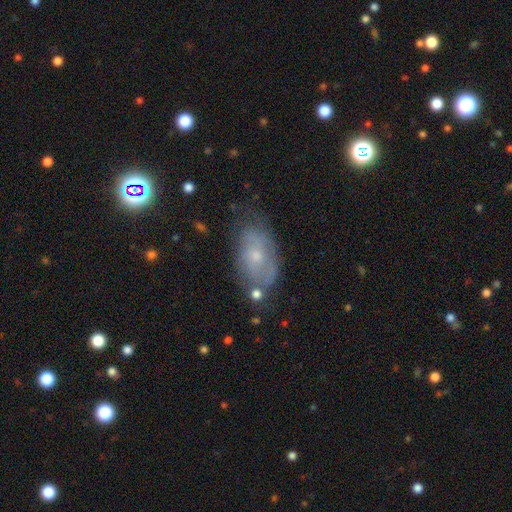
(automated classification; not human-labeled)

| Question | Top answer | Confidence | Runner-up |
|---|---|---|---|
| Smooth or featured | featured or disk | 48% | smooth (41%) |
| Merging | none | 57% | minor disturbance (27%) |